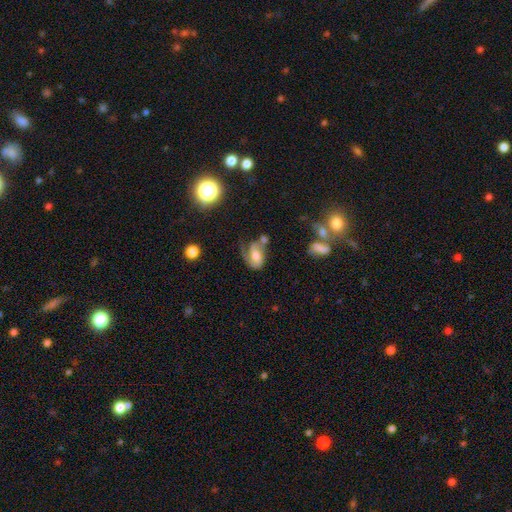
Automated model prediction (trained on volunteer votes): Q: Smooth or featured?
A: featured or disk (63%); runner-up: smooth (28%)
Q: Edge-on disk?
A: no (96%); runner-up: yes (4%)
Q: Bar?
A: no (55%); runner-up: weak (34%)
Q: Spiral arms?
A: yes (85%); runner-up: no (15%)
Q: Spiral winding?
A: medium (42%); runner-up: loose (35%)
Q: Spiral arm count?
A: 2 (53%); runner-up: 1 (35%)
Q: Bulge size?
A: moderate (49%); runner-up: large (24%)
Q: Merging?
A: none (33%); runner-up: major disturbance (28%)